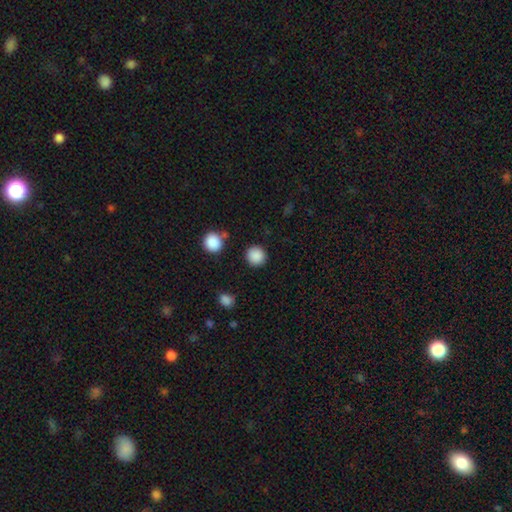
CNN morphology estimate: smooth 88%, star or artifact 9%, featured or disk 3%. Down the decision tree: how rounded — round (94%); merging — none (88%).